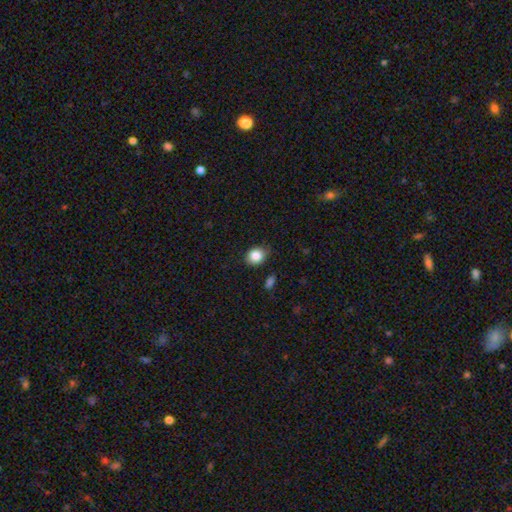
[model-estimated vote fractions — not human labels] smooth 86%, star or artifact 9%, featured or disk 5%. Down the decision tree: how rounded — round (59%); merging — none (77%).